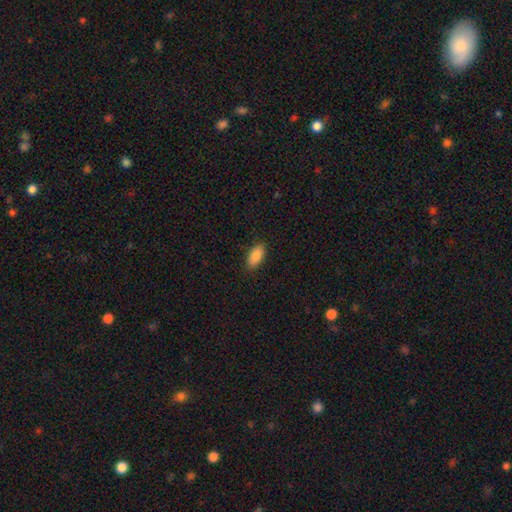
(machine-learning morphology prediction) A smooth galaxy with no disk features (89%) that is in between round and cigar-shaped (91%). Merging: none (87%).